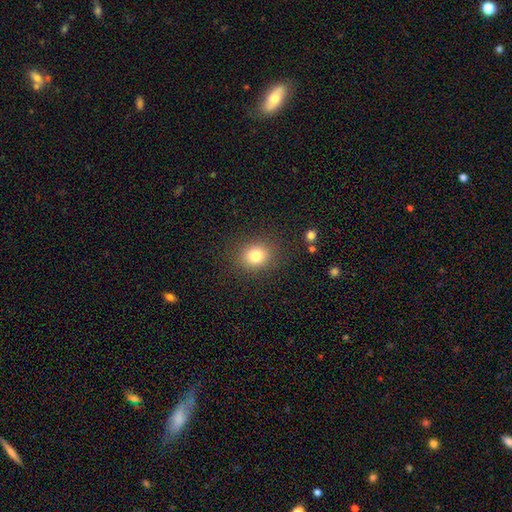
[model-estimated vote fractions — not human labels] This is clearly a smooth galaxy (80%). How rounded: likely round (70%). Merging: clearly none (87%).